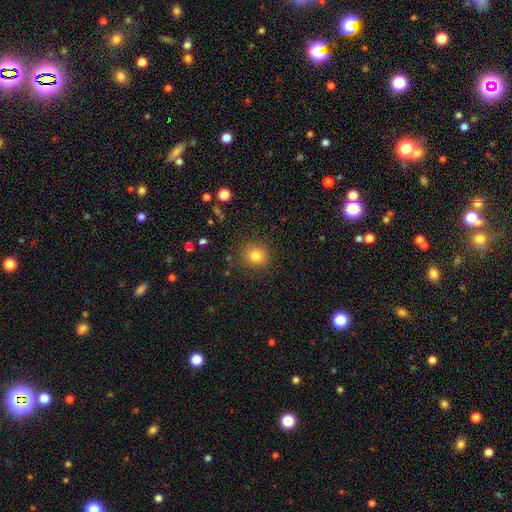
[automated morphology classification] type=smooth (81%); roundness=round (88%); merging=none (88%).